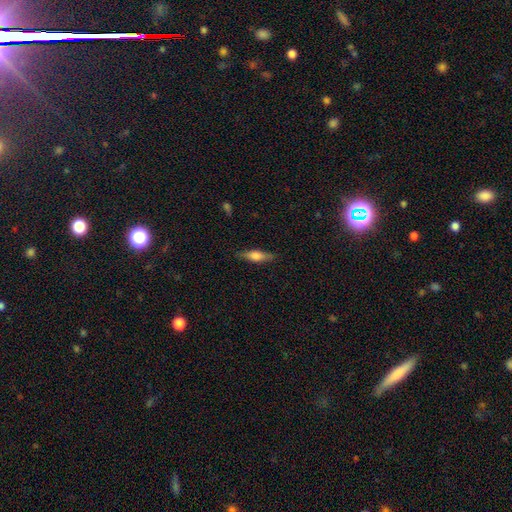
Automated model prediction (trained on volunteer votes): Morphology: type=smooth (57%); roundness=cigar-shaped (54%); merging=none (83%).